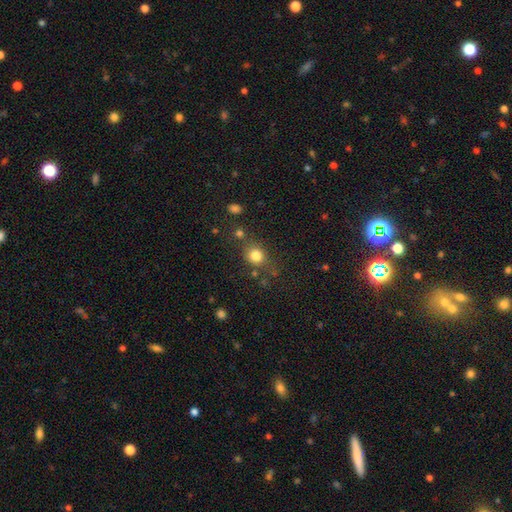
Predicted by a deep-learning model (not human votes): A smooth galaxy with no disk features (80%) that is round (78%). Merging: none (69%).